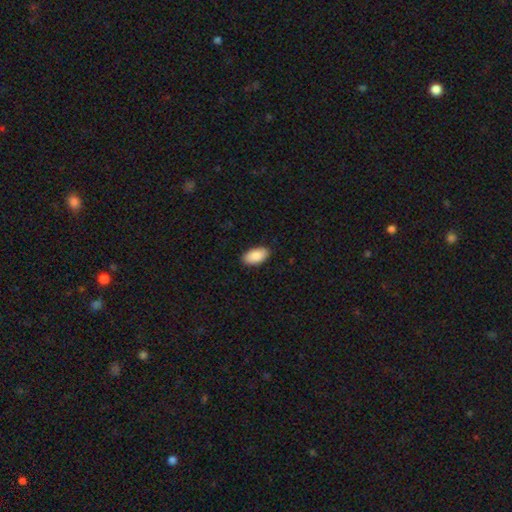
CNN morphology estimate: This appears to be a smooth galaxy with no disk features (90%) that is in between round and cigar-shaped (96%). Merging: none (88%).